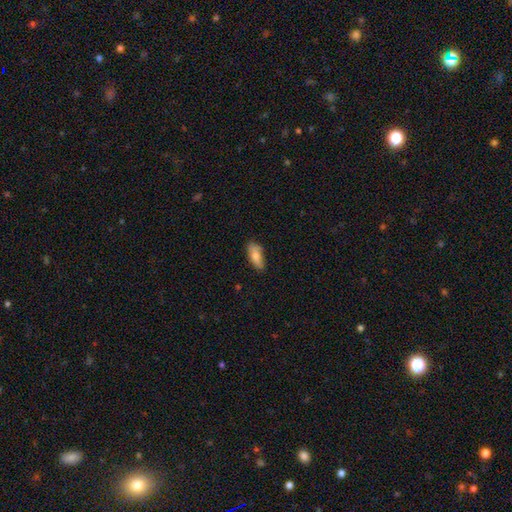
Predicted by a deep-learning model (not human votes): Smooth or featured: smooth — 79% (featured or disk — 15%)
How rounded: in between — 75% (cigar-shaped — 23%)
Merging: none — 69% (minor disturbance — 24%)